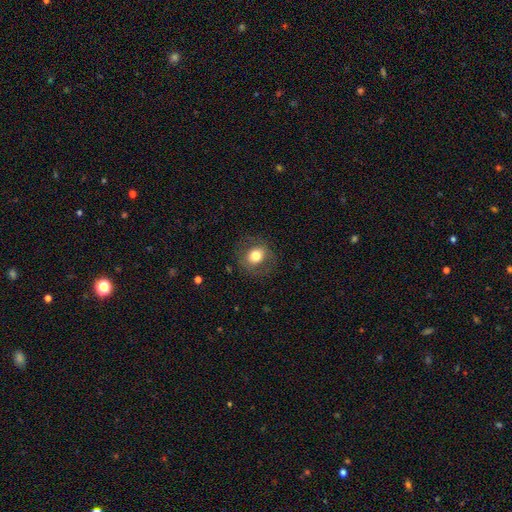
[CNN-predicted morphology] Smooth or featured: smooth — 69% (featured or disk — 22%)
How rounded: round — 71% (in between — 28%)
Merging: none — 80% (minor disturbance — 12%)